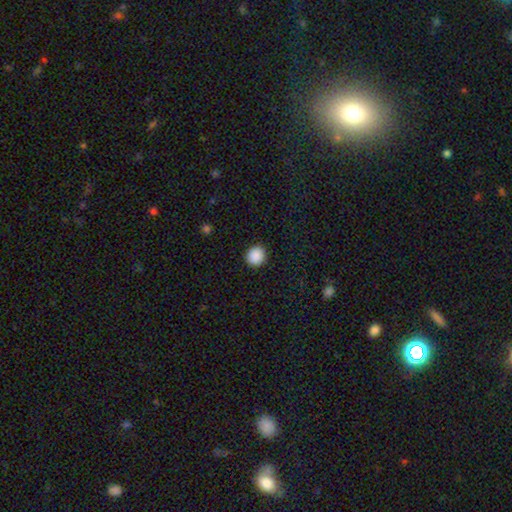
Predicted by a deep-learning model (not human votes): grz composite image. It shows a smooth galaxy with no disk features (89%) that is round (90%). Merging: none (92%).